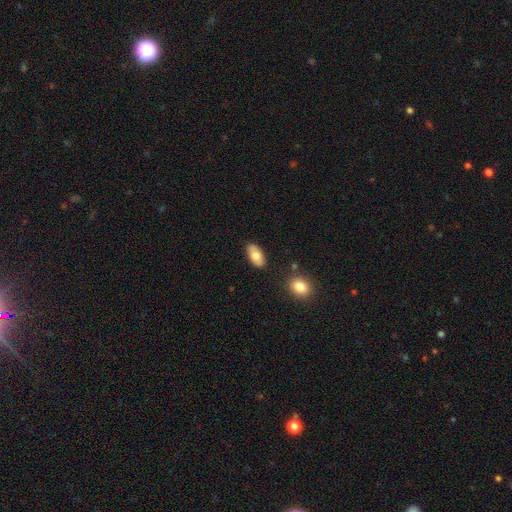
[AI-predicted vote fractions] The model was most divided on "smooth or featured": smooth: 77%, featured or disk: 16%, star or artifact: 6%. More confident: how rounded — in between (93%); merging — none (85%).